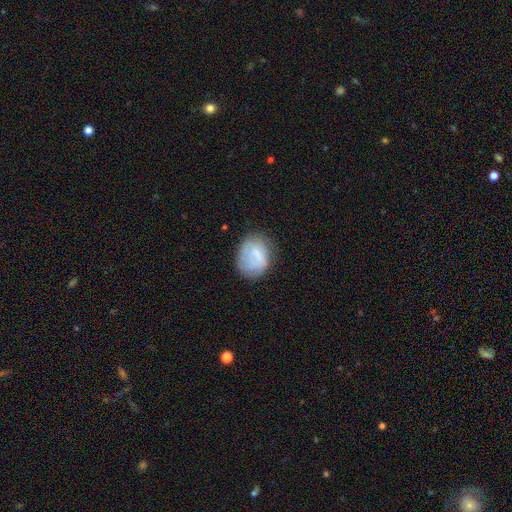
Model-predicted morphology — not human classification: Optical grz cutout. It shows a smooth galaxy with no disk features (68%) that is in between round and cigar-shaped (50%). Merging: none (60%).